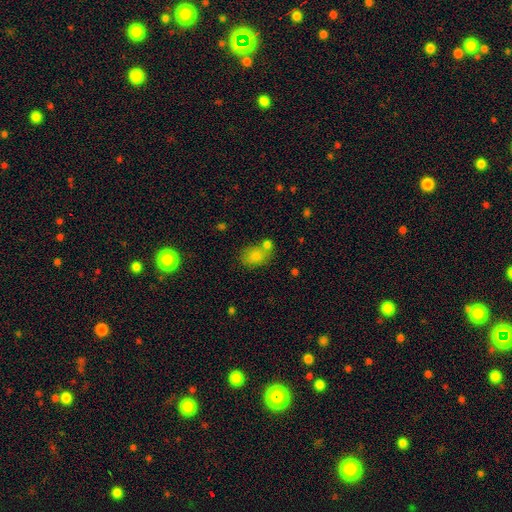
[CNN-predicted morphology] Q: Smooth or featured?
A: smooth (81%); runner-up: star or artifact (10%)
Q: How rounded?
A: in between (68%); runner-up: round (31%)
Q: Merging?
A: none (49%); runner-up: merger (30%)